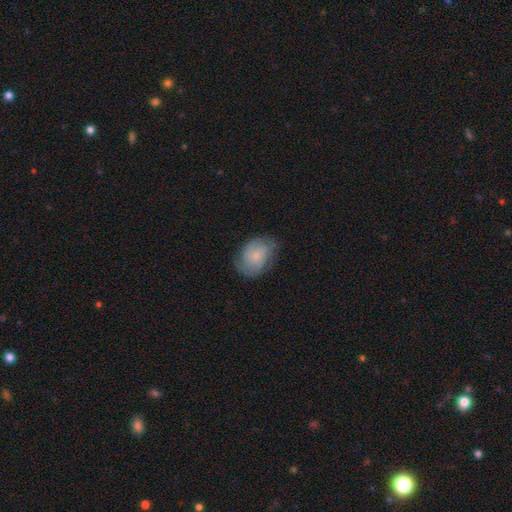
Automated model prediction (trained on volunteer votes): Smooth or featured? Predicted: smooth (p=0.47). Merging? Predicted: none (p=0.69).